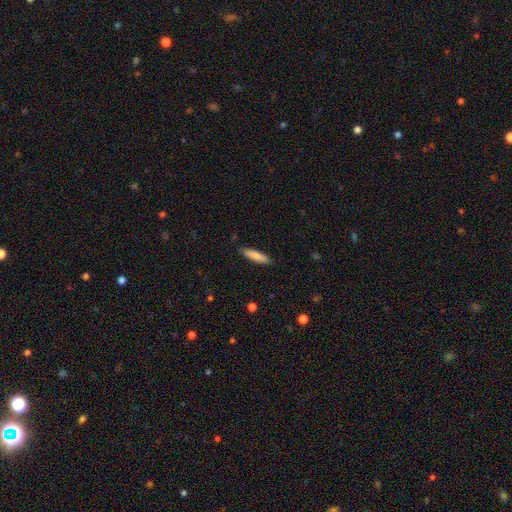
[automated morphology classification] Smooth or featured? Predicted: smooth (p=0.81). How rounded? Predicted: cigar-shaped (p=0.79). Merging? Predicted: none (p=0.87).